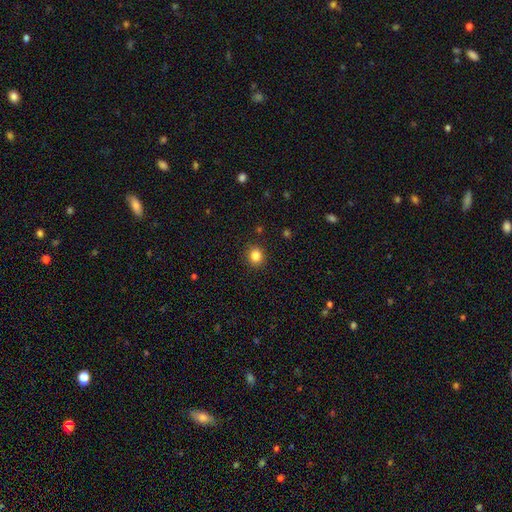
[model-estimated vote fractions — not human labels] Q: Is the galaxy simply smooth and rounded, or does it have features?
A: smooth — 84%.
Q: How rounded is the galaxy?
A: round — 81%.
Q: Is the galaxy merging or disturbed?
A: none — 89%.